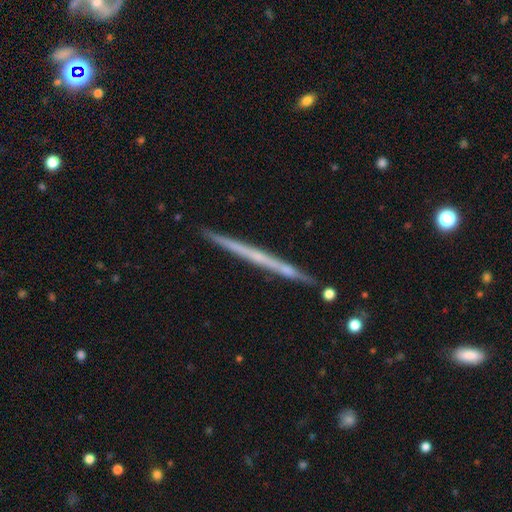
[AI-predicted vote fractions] Smooth or featured? featured or disk (61%)
Edge-on disk? yes (98%)
Edge-on bulge? none (91%)
Merging? none (89%)